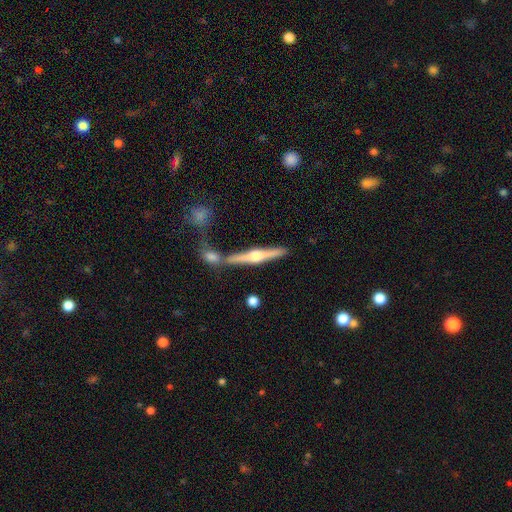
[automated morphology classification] Smooth or featured? featured or disk (75%)
Edge-on disk? yes (97%)
Edge-on bulge? rounded (94%)
Merging? none (71%)